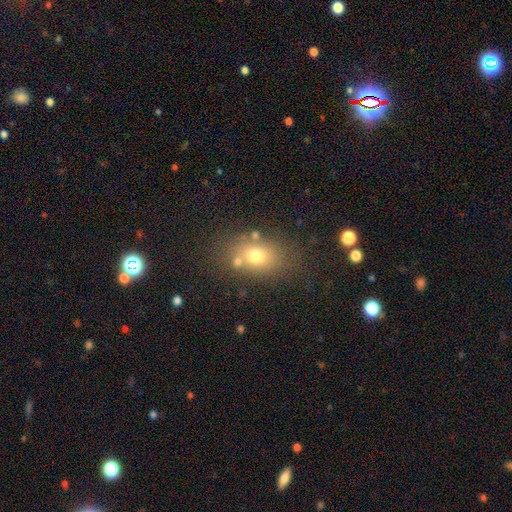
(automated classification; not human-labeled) smooth-or-featured: smooth: 70% | featured or disk: 15% | star or artifact: 15%
  how-rounded: in between: 72% | round: 26% | cigar-shaped: 2%
  merging: none: 70% | minor disturbance: 13% | merger: 11% | major disturbance: 5%